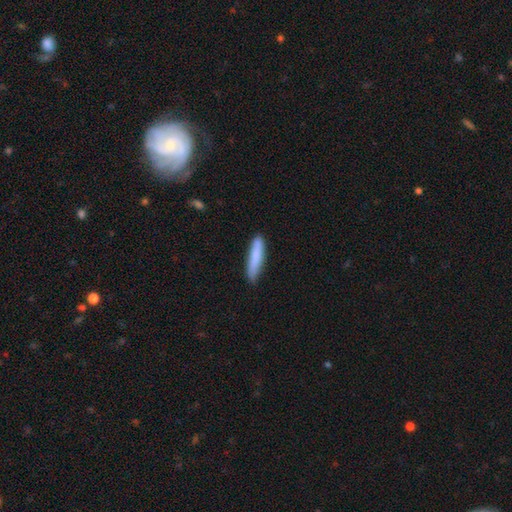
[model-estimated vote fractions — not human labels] Smooth or featured? Predicted: smooth (p=0.82). How rounded? Predicted: cigar-shaped (p=0.88). Merging? Predicted: none (p=0.82).